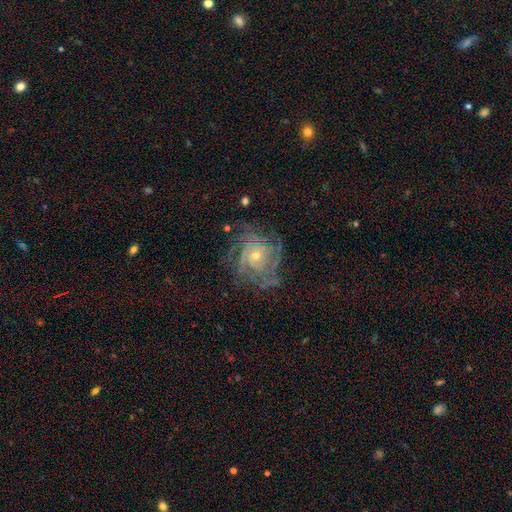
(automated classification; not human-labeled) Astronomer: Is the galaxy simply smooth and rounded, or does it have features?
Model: featured or disk — 85%.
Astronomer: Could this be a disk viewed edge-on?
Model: no — 97%.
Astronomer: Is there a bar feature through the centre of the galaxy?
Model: no — 75%.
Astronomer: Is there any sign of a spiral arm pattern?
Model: yes — 96%.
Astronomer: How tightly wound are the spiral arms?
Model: tight — 67%.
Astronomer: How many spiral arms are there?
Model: can't tell — 27% (runner-up: 4, 23%).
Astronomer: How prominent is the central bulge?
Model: small — 62%.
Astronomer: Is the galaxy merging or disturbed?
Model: none — 72%.